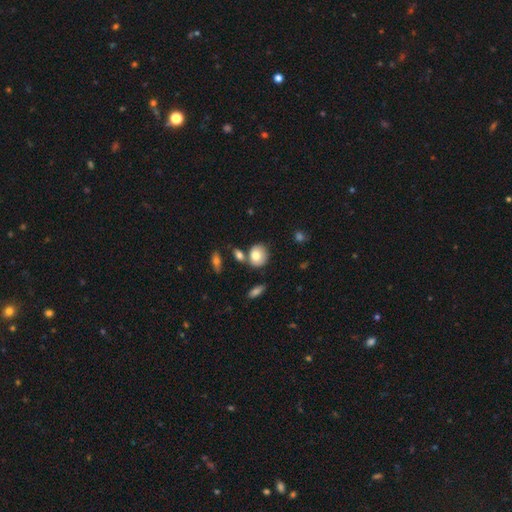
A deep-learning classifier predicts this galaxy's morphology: Smooth or featured?
  - smooth: 78% *
  - featured or disk: 14%
  - star or artifact: 8%
How rounded?
  - round: 69% *
  - in between: 30%
  - cigar-shaped: 1%
Merging?
  - none: 63% *
  - merger: 17%
  - minor disturbance: 16%
  - major disturbance: 4%